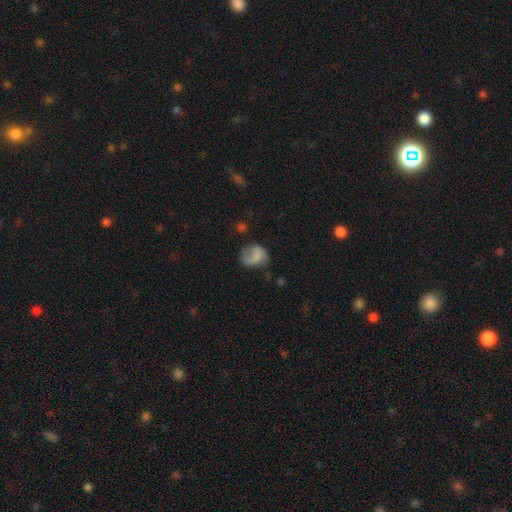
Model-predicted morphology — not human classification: This is likely a smooth galaxy (64%). How rounded: possibly round (52%). Merging: marginally none (44%).